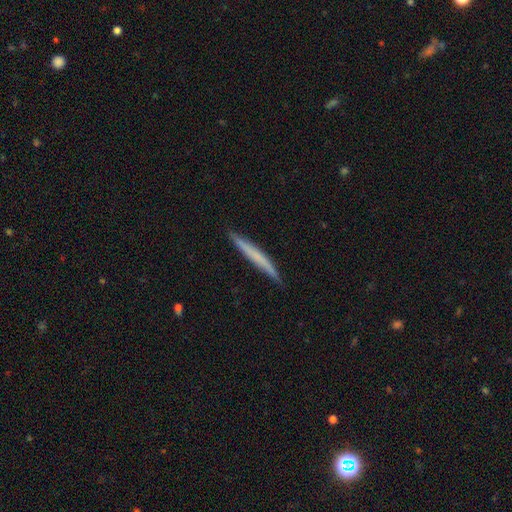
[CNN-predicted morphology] The model was most divided on "smooth or featured": smooth: 56%, featured or disk: 39%, star or artifact: 6%. More confident: how rounded — cigar-shaped (97%); merging — none (88%).